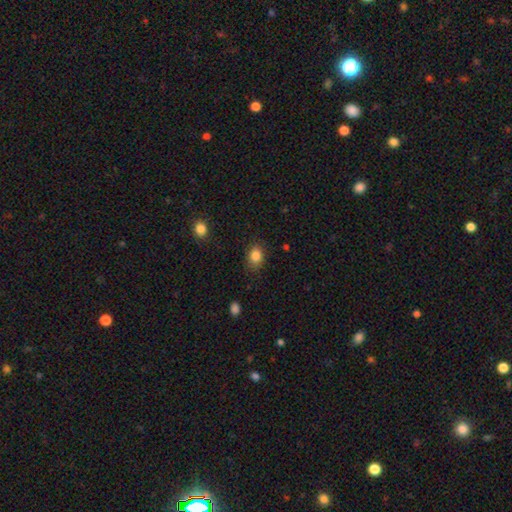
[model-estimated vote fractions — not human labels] Overall: smooth (84%). How rounded: in between (66%; round 33%). Merging: none (84%).